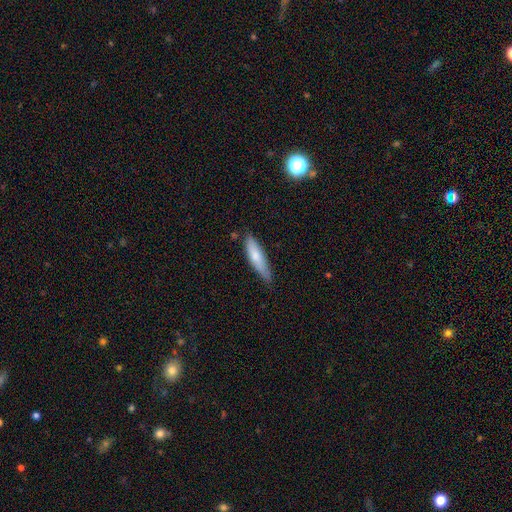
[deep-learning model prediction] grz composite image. It shows a smooth galaxy with no disk features (73%) that is cigar-shaped (70%). Merging: none (70%).